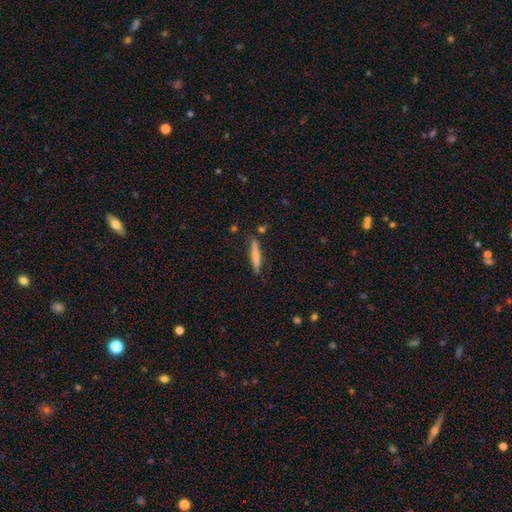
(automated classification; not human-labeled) This is likely a smooth galaxy (72%). How rounded: clearly cigar-shaped (92%). Merging: clearly none (82%).